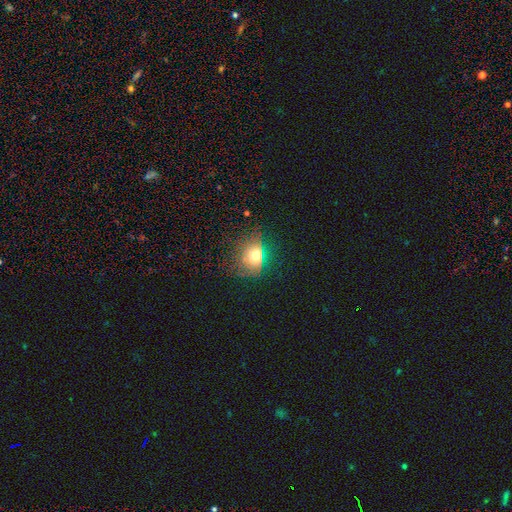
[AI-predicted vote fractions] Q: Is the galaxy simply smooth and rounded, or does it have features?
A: smooth — 66%.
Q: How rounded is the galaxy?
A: round — 65%.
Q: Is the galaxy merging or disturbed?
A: none — 75%.